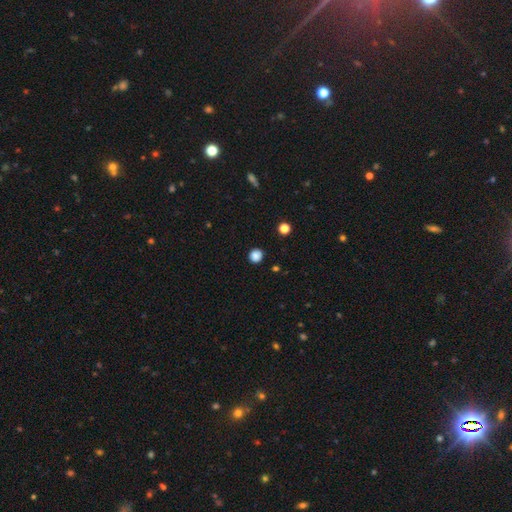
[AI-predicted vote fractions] The model was most divided on "smooth or featured": smooth: 86%, star or artifact: 11%, featured or disk: 3%. More confident: merging — none (90%); how rounded — round (90%).